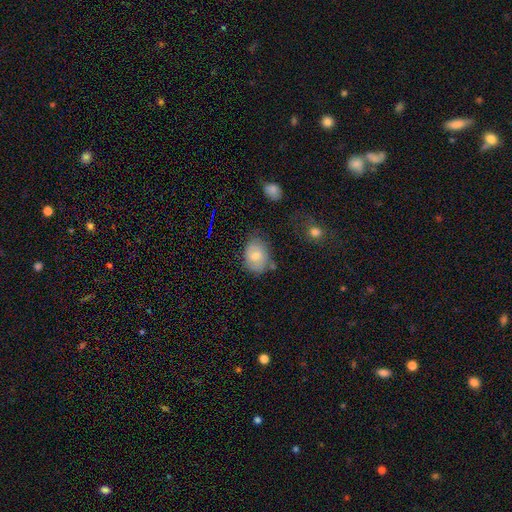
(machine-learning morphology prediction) Smooth or featured? Predicted: smooth (p=0.72). How rounded? Predicted: in between (p=0.64). Merging? Predicted: none (p=0.60).